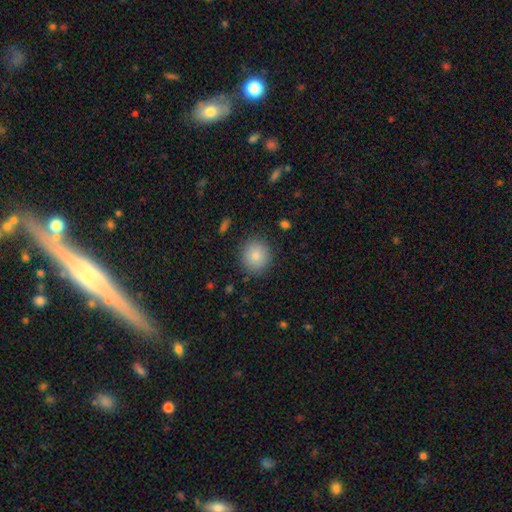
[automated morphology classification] A smooth galaxy with no disk features (85%) that is round (90%).

Vote fractions:
- Smooth or featured? smooth: 85% / star or artifact: 8% / featured or disk: 6%
- How rounded? round: 90% / in between: 10% / cigar-shaped: 1%
- Merging? none: 88% / minor disturbance: 8% / major disturbance: 3% / merger: 1%